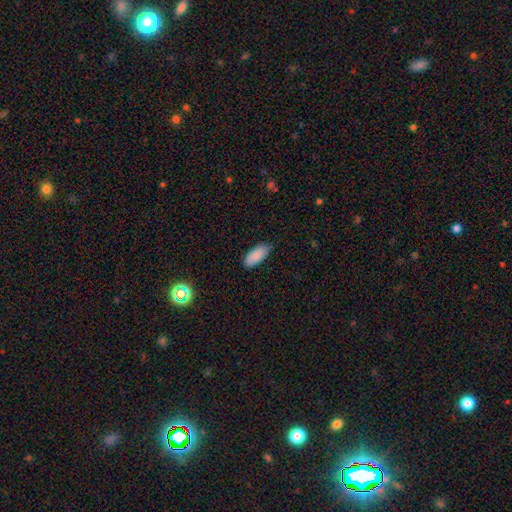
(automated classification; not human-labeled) A smooth galaxy with no disk features (87%) that is in between round and cigar-shaped (88%). Merging: none (83%).